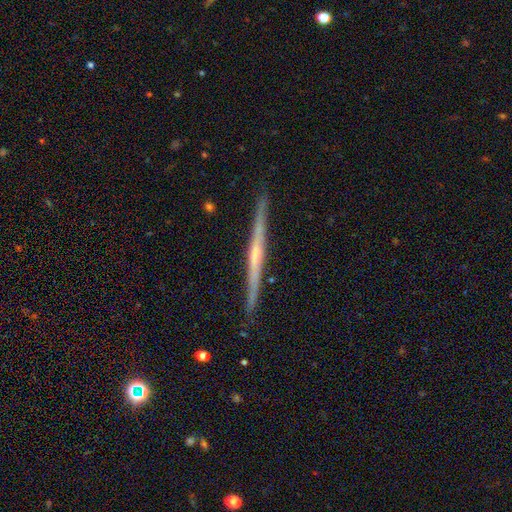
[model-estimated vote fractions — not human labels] Smooth or featured?
  - featured or disk: 75% *
  - smooth: 19%
  - star or artifact: 6%
Edge-on disk?
  - yes: 98% *
  - no: 2%
Edge-on bulge?
  - none: 49% *
  - rounded: 39%
  - boxy: 12%
Merging?
  - none: 91% *
  - minor disturbance: 7%
  - major disturbance: 1%
  - merger: 1%